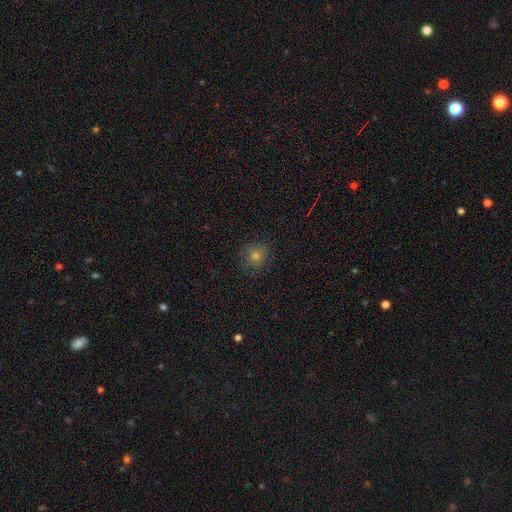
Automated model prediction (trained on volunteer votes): This appears to be a smooth galaxy with no disk features (63%) that is round (89%). Merging: none (84%).